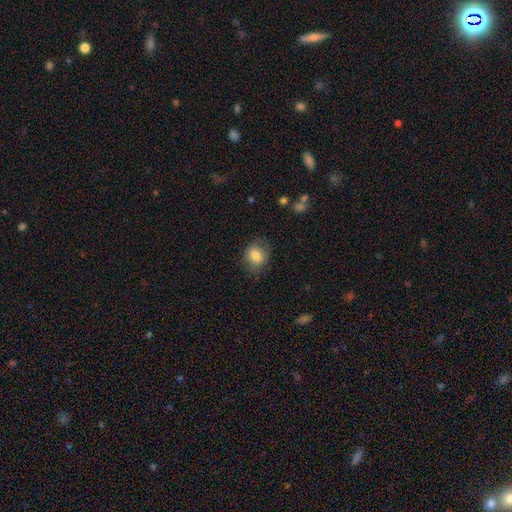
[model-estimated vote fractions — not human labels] A smooth galaxy with no disk features (78%) that is round (57%).

Vote fractions:
- Smooth or featured? smooth: 78% / featured or disk: 14% / star or artifact: 8%
- How rounded? round: 57% / in between: 42% / cigar-shaped: 1%
- Merging? none: 74% / minor disturbance: 18% / major disturbance: 7% / merger: 1%